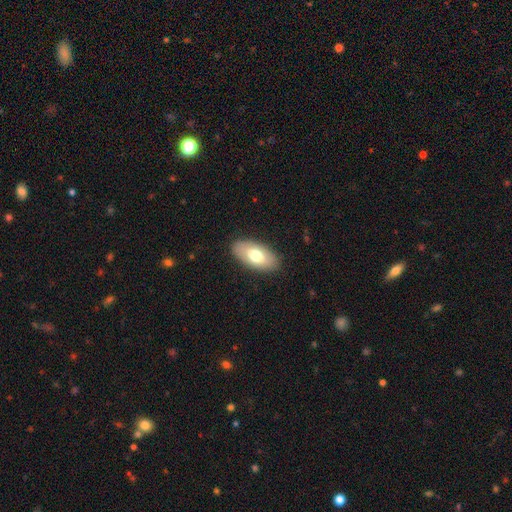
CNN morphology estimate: Smooth or featured?
  - smooth: 67% *
  - featured or disk: 28%
  - star or artifact: 6%
How rounded?
  - in between: 93% *
  - cigar-shaped: 5%
  - round: 3%
Merging?
  - none: 87% *
  - minor disturbance: 10%
  - major disturbance: 3%
  - merger: 1%